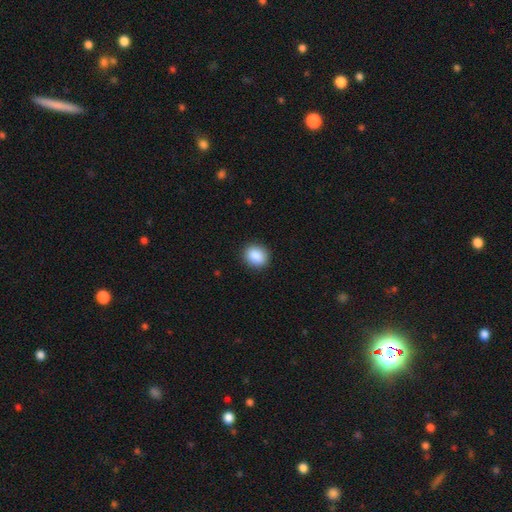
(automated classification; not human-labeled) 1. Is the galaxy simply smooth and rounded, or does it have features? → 89% smooth, 8% star or artifact, 3% featured or disk.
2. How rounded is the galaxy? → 69% round, 30% in between, 1% cigar-shaped.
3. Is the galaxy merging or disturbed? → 91% none, 6% minor disturbance, 2% major disturbance, 1% merger.